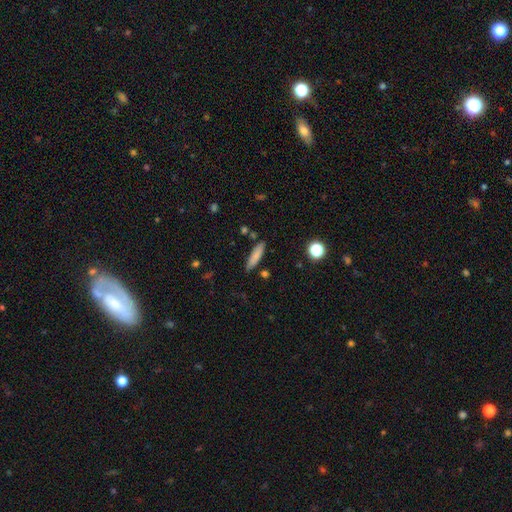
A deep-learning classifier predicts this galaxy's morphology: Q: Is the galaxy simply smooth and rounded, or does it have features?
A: smooth — 81%.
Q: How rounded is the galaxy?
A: cigar-shaped — 72%.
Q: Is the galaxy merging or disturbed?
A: none — 82%.